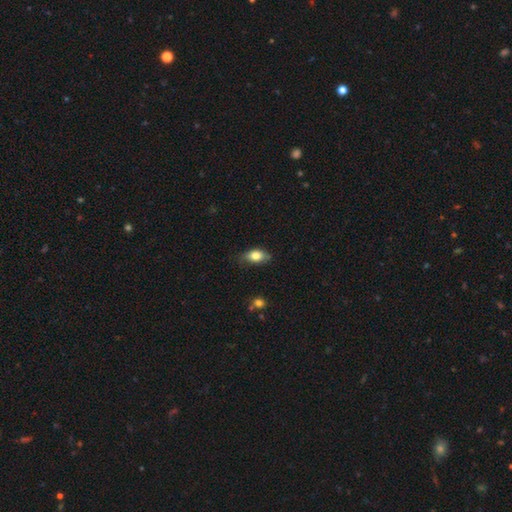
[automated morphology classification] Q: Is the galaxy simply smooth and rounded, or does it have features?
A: smooth — 78%.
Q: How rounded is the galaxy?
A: in between — 86%.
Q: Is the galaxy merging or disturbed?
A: none — 67%.